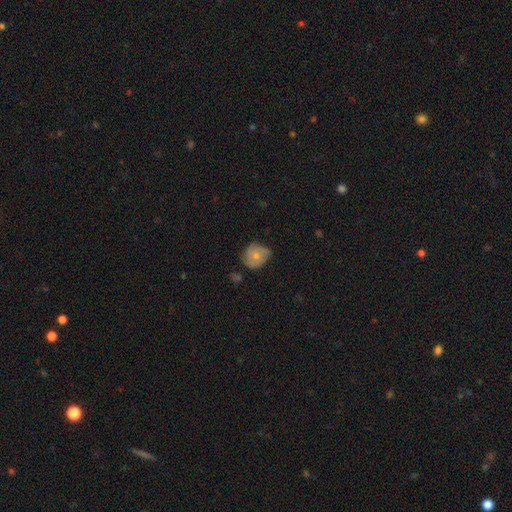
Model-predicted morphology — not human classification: The model was most divided on "merging": none: 54%, minor disturbance: 36%, major disturbance: 9%, merger: 2%. More confident: how rounded — round (69%); smooth or featured — smooth (59%).